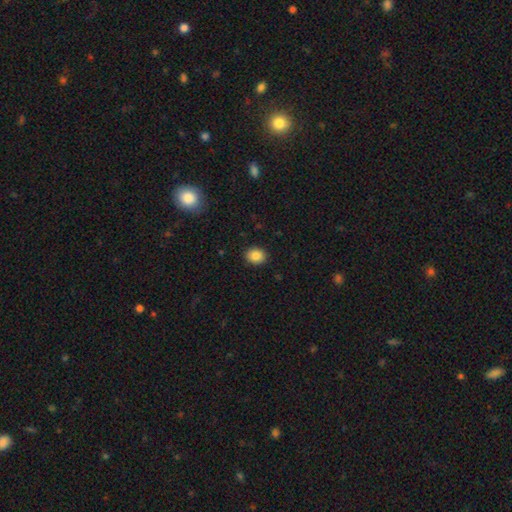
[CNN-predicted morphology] type=smooth (85%); roundness=round (58%); merging=none (90%).